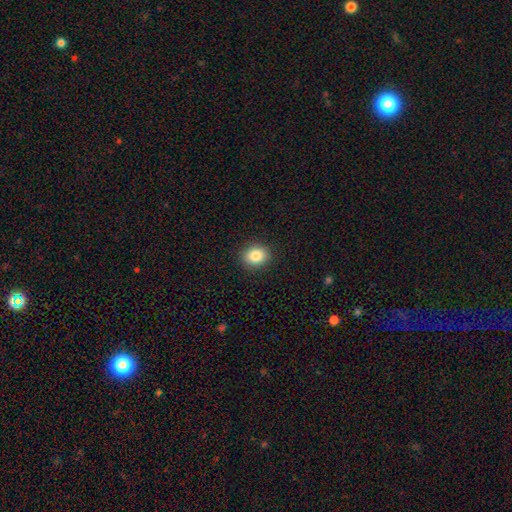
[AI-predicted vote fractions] smooth_or_featured: smooth (p=0.85) [alt: star or artifact p=0.09]
how_rounded: round (p=0.59) [alt: in between p=0.40]
merging: none (p=0.90) [alt: minor disturbance p=0.07]